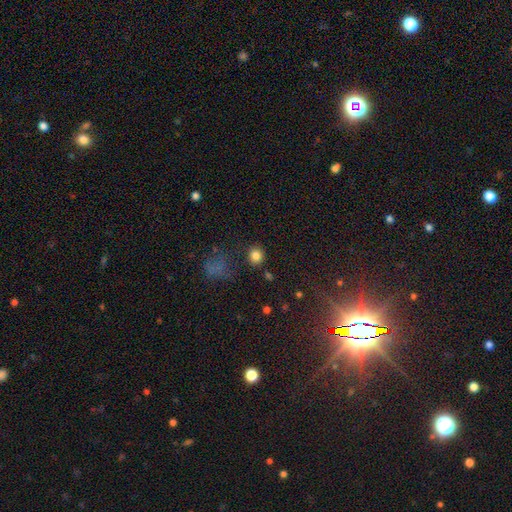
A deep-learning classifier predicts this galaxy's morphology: Smooth or featured: smooth — 83% (star or artifact — 12%)
How rounded: round — 84% (in between — 15%)
Merging: none — 83% (minor disturbance — 9%)